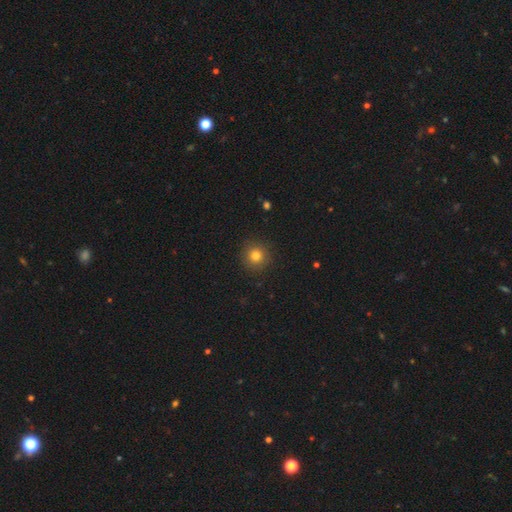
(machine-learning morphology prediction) type=smooth (81%); roundness=round (94%); merging=none (90%).